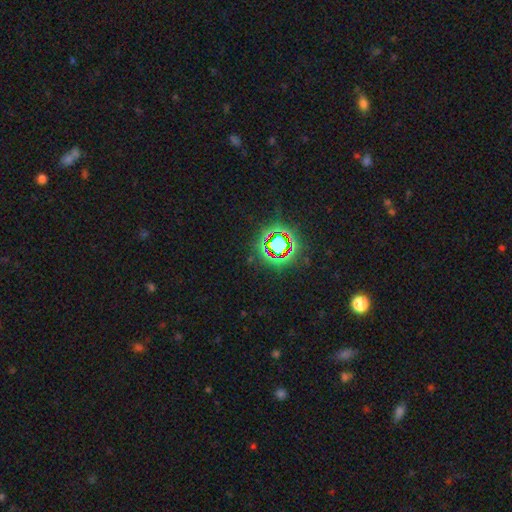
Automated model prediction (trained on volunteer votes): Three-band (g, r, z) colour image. It shows a star or artifact, not a galaxy (80%).